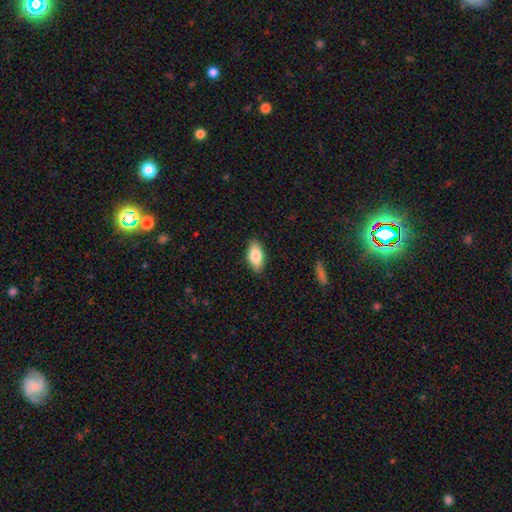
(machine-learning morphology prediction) This appears to be a smooth galaxy with no disk features (82%) that is in between round and cigar-shaped (90%). Merging: none (88%).